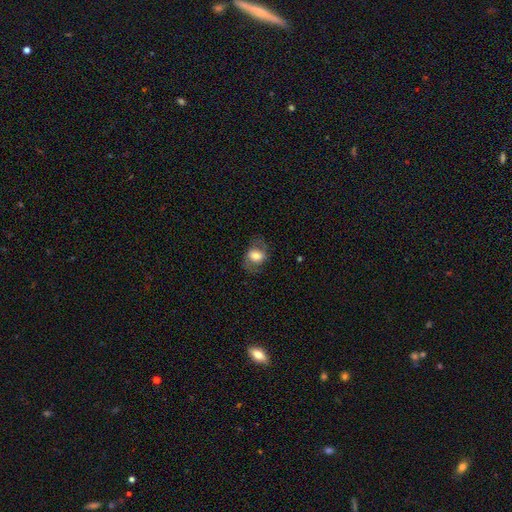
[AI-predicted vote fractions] smooth_or_featured: smooth (p=0.59) [alt: featured or disk p=0.33]
how_rounded: in between (p=0.64) [alt: round p=0.35]
merging: none (p=0.68) [alt: minor disturbance p=0.18]